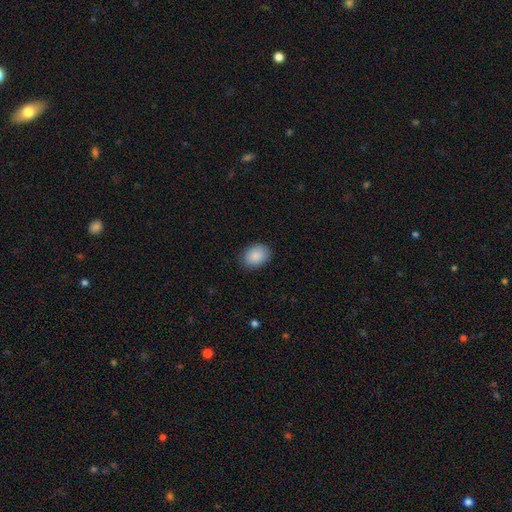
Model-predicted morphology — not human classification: Overall: smooth (88%). How rounded: in between (67%; round 32%). Merging: none (86%).